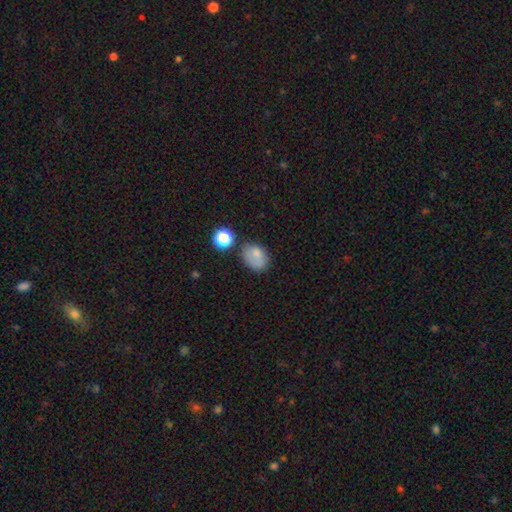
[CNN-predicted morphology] Smooth or featured?
  - smooth: 76% *
  - star or artifact: 12%
  - featured or disk: 12%
How rounded?
  - in between: 67% *
  - round: 31%
  - cigar-shaped: 1%
Merging?
  - none: 57% *
  - minor disturbance: 24%
  - merger: 10%
  - major disturbance: 9%